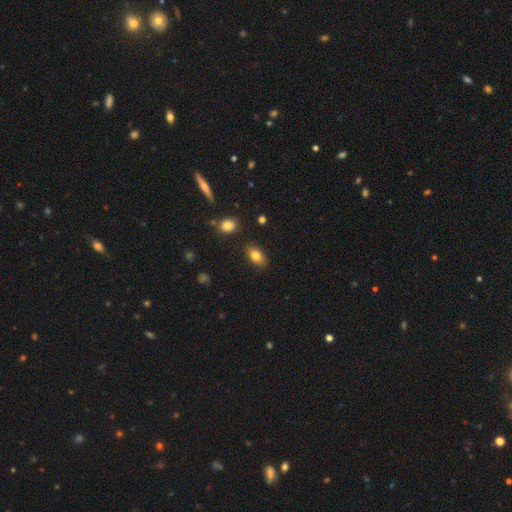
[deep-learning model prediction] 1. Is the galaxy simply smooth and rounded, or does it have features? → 80% smooth, 11% featured or disk, 9% star or artifact.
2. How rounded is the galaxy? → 87% in between, 10% round, 3% cigar-shaped.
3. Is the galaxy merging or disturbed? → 85% none, 10% minor disturbance, 2% major disturbance, 2% merger.